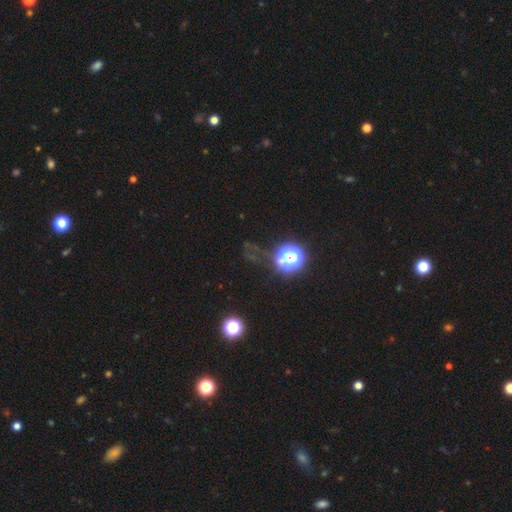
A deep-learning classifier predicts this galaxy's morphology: Smooth or featured? star or artifact (72%)